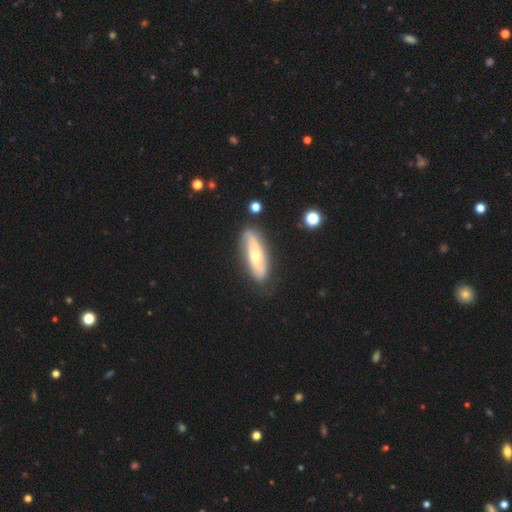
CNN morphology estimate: A featured or disk galaxy (61%).

Vote fractions:
- Smooth or featured? featured or disk: 61% / smooth: 34% / star or artifact: 6%
- Edge-on disk? no: 72% / yes: 28%
- Merging? none: 78% / minor disturbance: 15% / major disturbance: 4% / merger: 3%